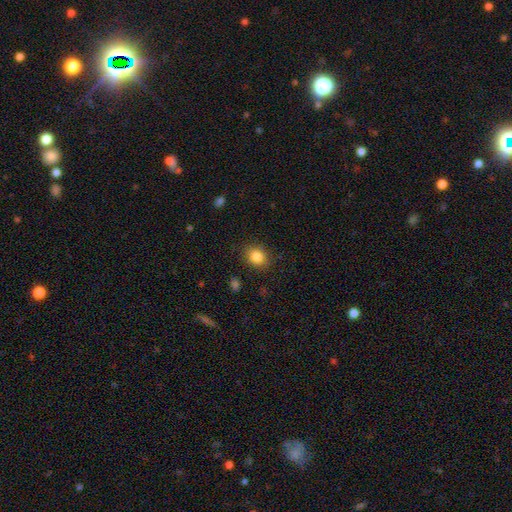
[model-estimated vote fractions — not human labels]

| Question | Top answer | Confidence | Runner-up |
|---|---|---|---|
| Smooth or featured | smooth | 85% | star or artifact (10%) |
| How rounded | round | 62% | in between (37%) |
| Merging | none | 87% | minor disturbance (9%) |